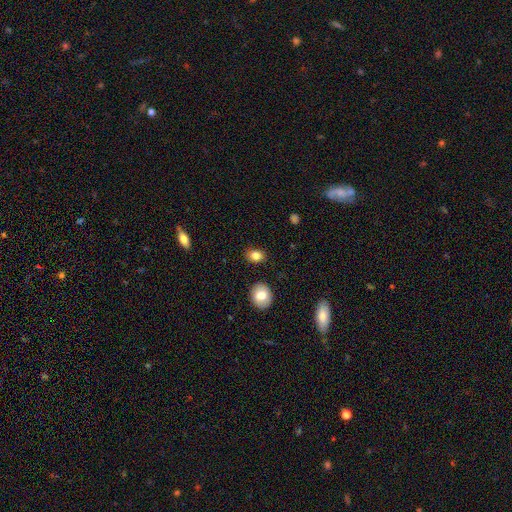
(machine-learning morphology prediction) This is clearly a smooth galaxy (83%). How rounded: likely in between (64%). Merging: clearly none (86%).